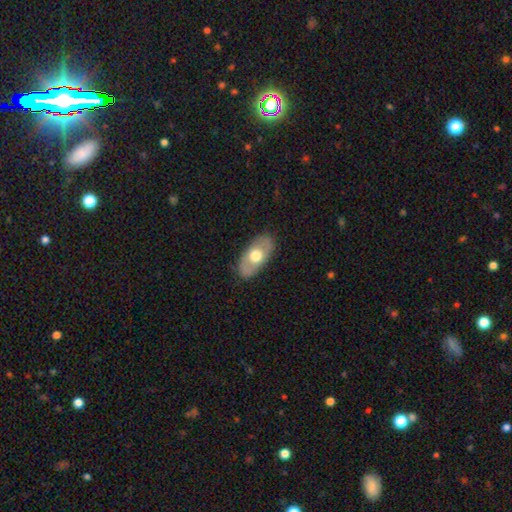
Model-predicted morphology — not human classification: Q: Smooth or featured?
A: smooth (56%); runner-up: featured or disk (39%)
Q: How rounded?
A: in between (91%); runner-up: round (5%)
Q: Merging?
A: none (83%); runner-up: minor disturbance (13%)